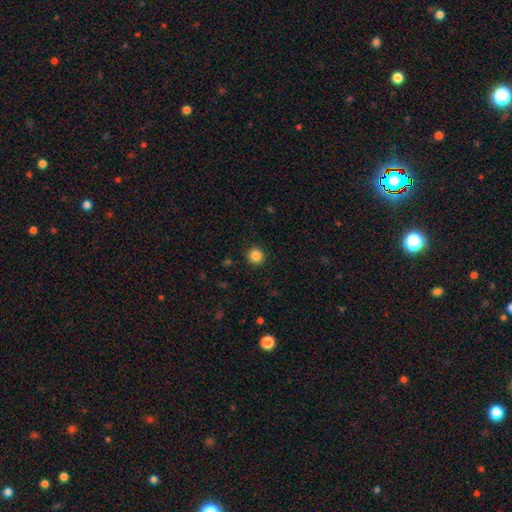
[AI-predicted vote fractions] Smooth or featured? smooth (86%)
How rounded? round (95%)
Merging? none (92%)